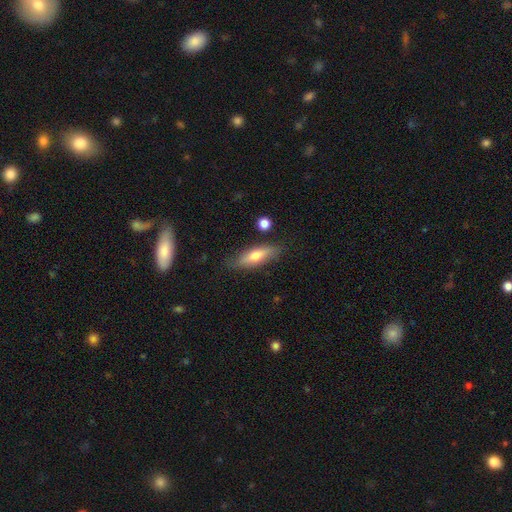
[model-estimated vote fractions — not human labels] A smooth galaxy with no disk features (59%) that is cigar-shaped (52%). Merging: none (80%).